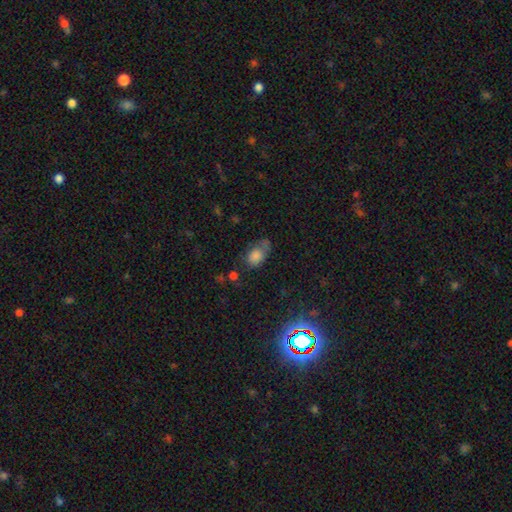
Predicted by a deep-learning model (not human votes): A smooth galaxy with no disk features (72%) that is in between round and cigar-shaped (84%). Merging: none (43%).